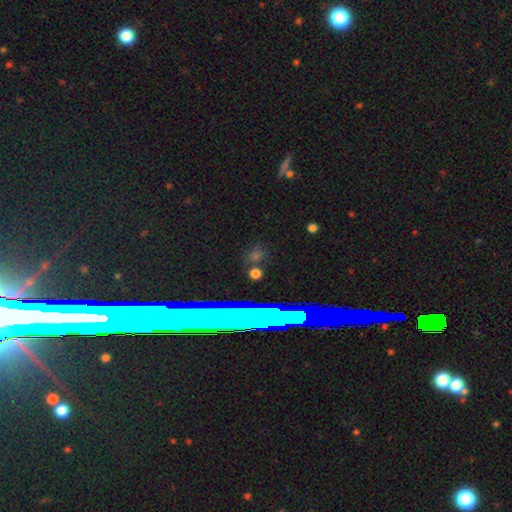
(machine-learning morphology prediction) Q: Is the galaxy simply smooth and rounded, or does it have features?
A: star or artifact — 48%.